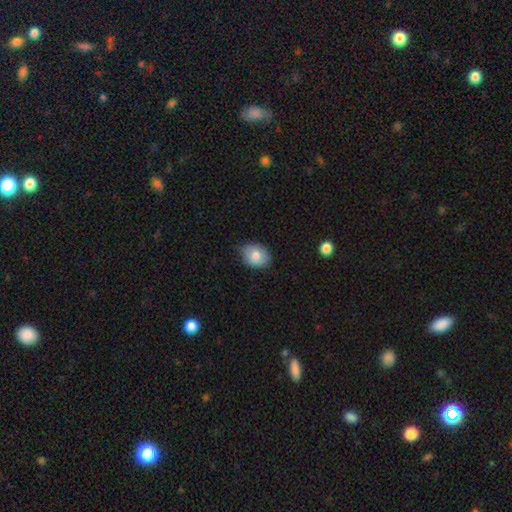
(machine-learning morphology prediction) smooth 79%, featured or disk 13%, star or artifact 8%. Down the decision tree: how rounded — in between (52%); merging — none (79%).